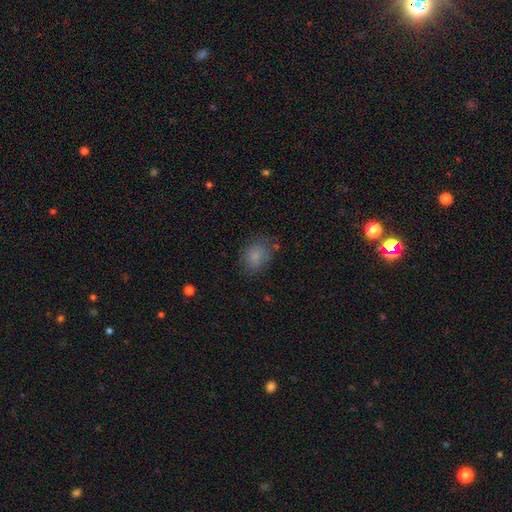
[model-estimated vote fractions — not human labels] smooth 81%, star or artifact 10%, featured or disk 9%. Down the decision tree: how rounded — in between (55%); merging — none (64%).